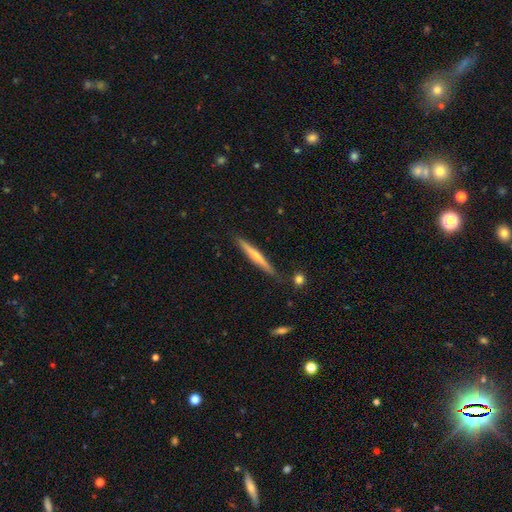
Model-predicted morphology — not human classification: smooth_or_featured: smooth (p=0.49) [alt: featured or disk p=0.46]
merging: none (p=0.85) [alt: minor disturbance p=0.11]